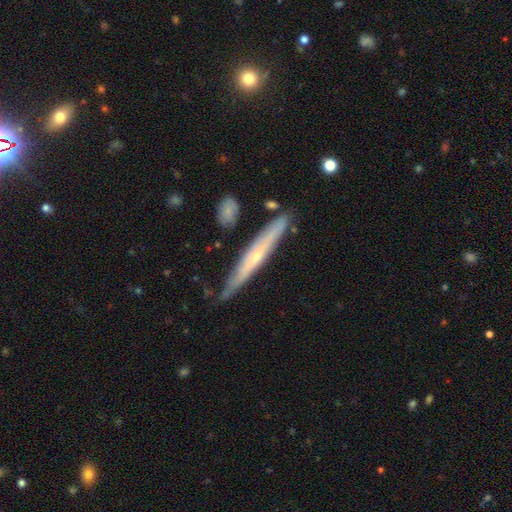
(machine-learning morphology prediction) This appears to be a featured or disk galaxy (63%) viewed edge-on (92%) with a rounded central bulge (54%). Merging: none (80%).